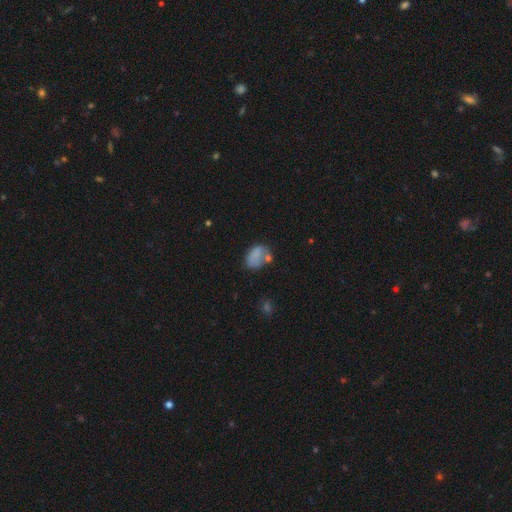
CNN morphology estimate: Smooth or featured? smooth (73%)
How rounded? in between (81%)
Merging? none (41%)